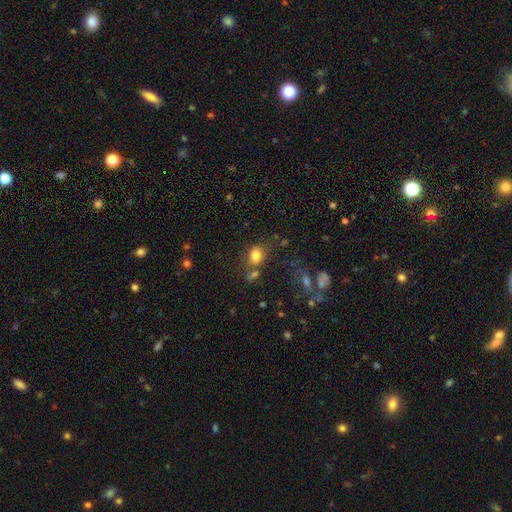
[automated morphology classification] This appears to be a smooth galaxy with no disk features (80%) that is in between round and cigar-shaped (62%). Merging: none (59%).